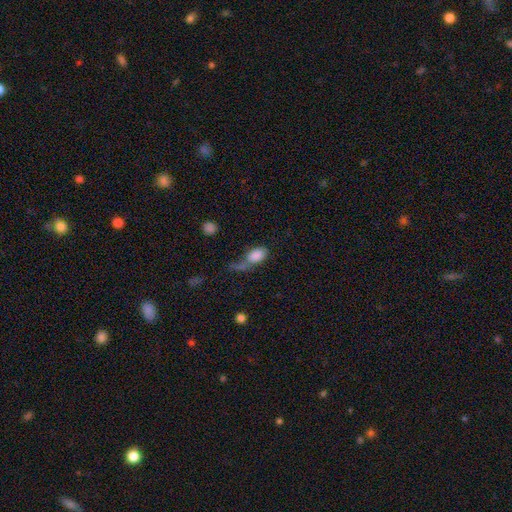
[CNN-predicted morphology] smooth_or_featured: smooth (p=0.81) [alt: featured or disk p=0.09]
how_rounded: in between (p=0.88) [alt: round p=0.09]
merging: none (p=0.28) [alt: major disturbance p=0.27]